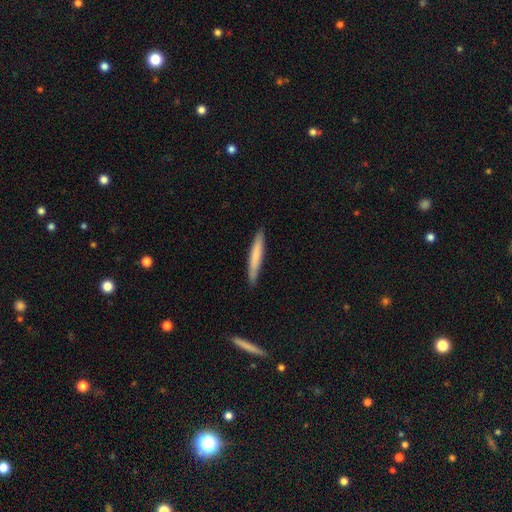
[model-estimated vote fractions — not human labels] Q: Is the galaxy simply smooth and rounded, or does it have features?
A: smooth — 71%.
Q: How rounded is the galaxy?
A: cigar-shaped — 95%.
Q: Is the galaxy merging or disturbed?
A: none — 87%.